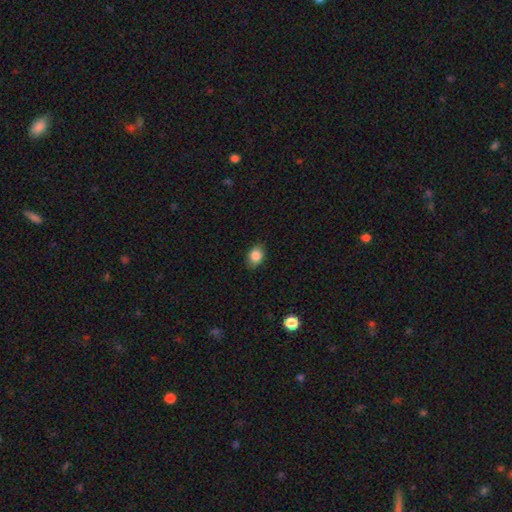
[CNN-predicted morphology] Smooth or featured?
  - smooth: 86% *
  - star or artifact: 9%
  - featured or disk: 6%
How rounded?
  - in between: 69% *
  - round: 29%
  - cigar-shaped: 1%
Merging?
  - none: 84% *
  - minor disturbance: 12%
  - major disturbance: 3%
  - merger: 1%